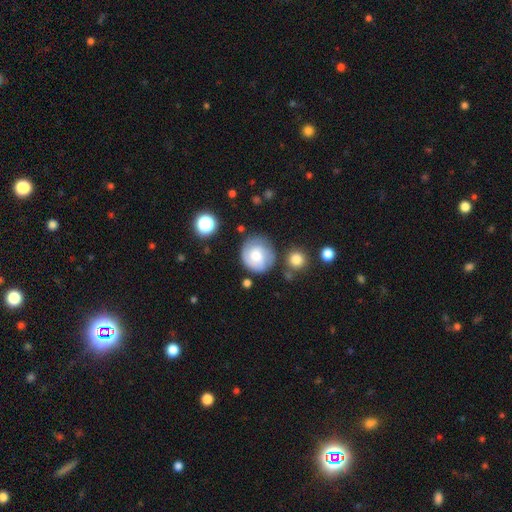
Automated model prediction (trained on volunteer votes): Morphology: type=featured or disk (52%); edge-on=no (98%); bar=no (67%); spiral arms=yes (88%); bulge=moderate (61%); merging=none (71%).